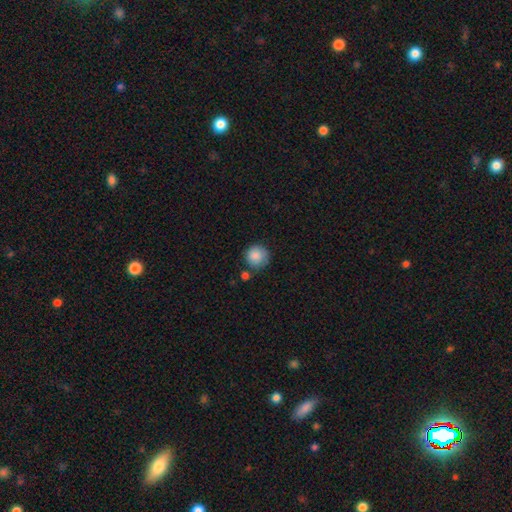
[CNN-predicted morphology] Smooth or featured? Predicted: smooth (p=0.86). How rounded? Predicted: round (p=0.93). Merging? Predicted: none (p=0.72).